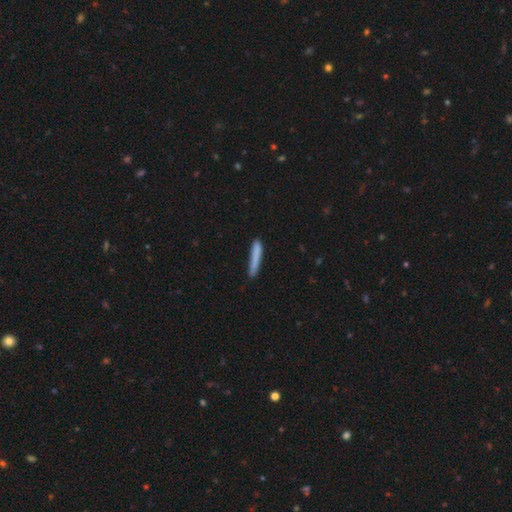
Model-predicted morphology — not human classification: smooth_or_featured: smooth (p=0.81) [alt: featured or disk p=0.13]
how_rounded: cigar-shaped (p=0.95) [alt: in between p=0.04]
merging: none (p=0.79) [alt: minor disturbance p=0.16]